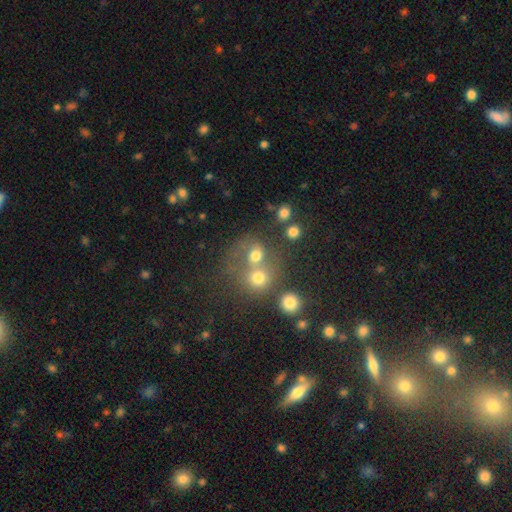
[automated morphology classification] smooth_or_featured: smooth (p=0.67) [alt: star or artifact p=0.17]
how_rounded: round (p=0.72) [alt: in between p=0.27]
merging: merger (p=0.49) [alt: none p=0.34]